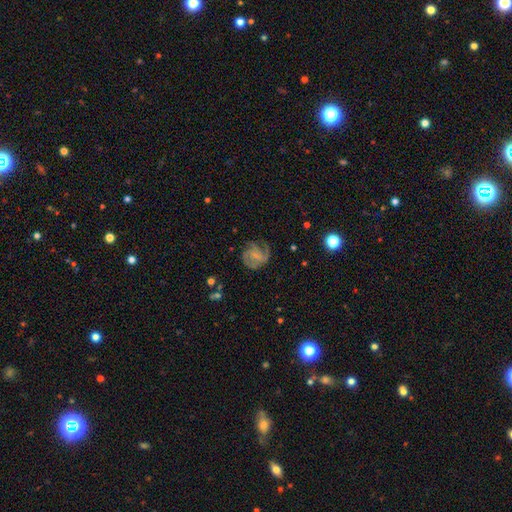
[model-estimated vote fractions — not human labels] A featured or disk galaxy (71%) with no bar (50%), 3 (35%) medium (45%) spiral arms (91%) and a small central bulge (43%). Merging: none (60%).